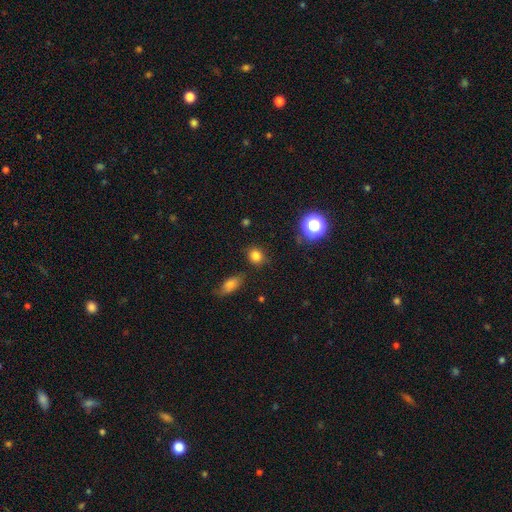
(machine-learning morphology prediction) Smooth or featured? smooth (81%)
How rounded? round (75%)
Merging? none (80%)